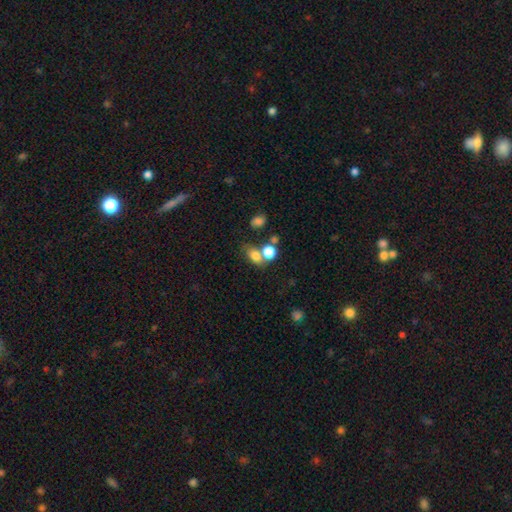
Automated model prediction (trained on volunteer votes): Smooth or featured? Predicted: smooth (p=0.76). How rounded? Predicted: in between (p=0.67). Merging? Predicted: none (p=0.44).